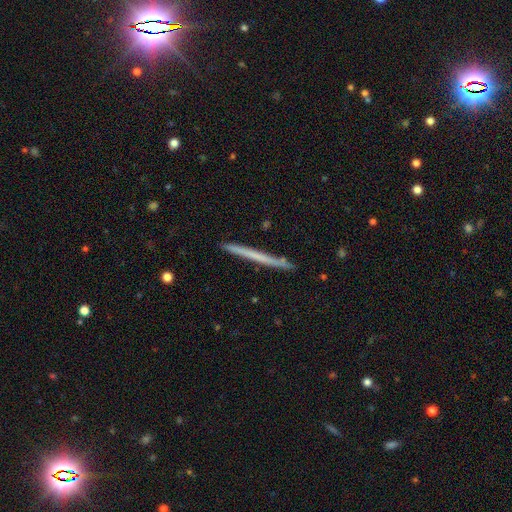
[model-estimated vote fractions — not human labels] The model was most divided on "smooth or featured": smooth: 50%, featured or disk: 44%, star or artifact: 6%. More confident: how rounded — cigar-shaped (97%); merging — none (91%).